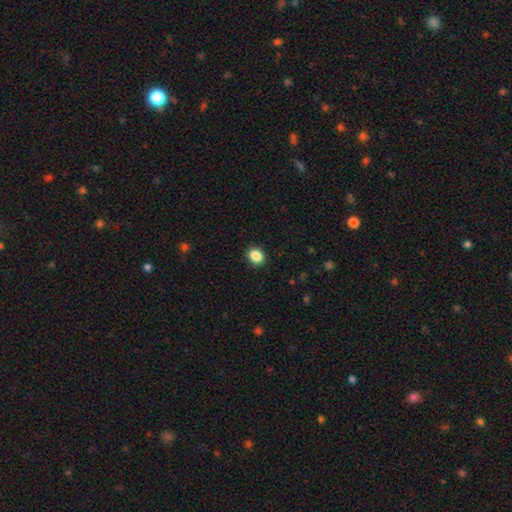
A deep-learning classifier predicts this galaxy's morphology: smooth_or_featured: smooth (p=0.87) [alt: star or artifact p=0.09]
how_rounded: round (p=0.58) [alt: in between p=0.41]
merging: none (p=0.90) [alt: minor disturbance p=0.07]